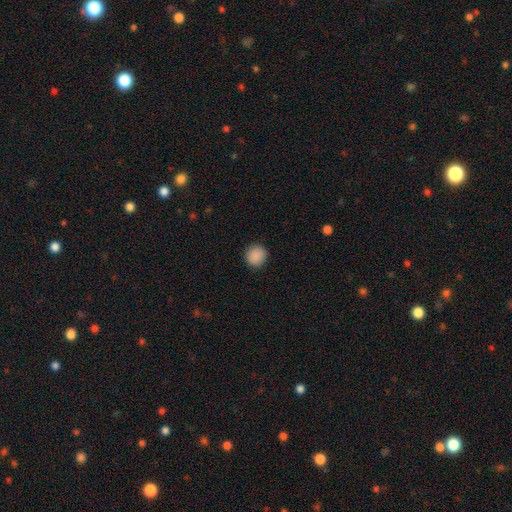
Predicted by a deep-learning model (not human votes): A smooth galaxy with no disk features (89%) that is round (91%). Merging: none (91%).